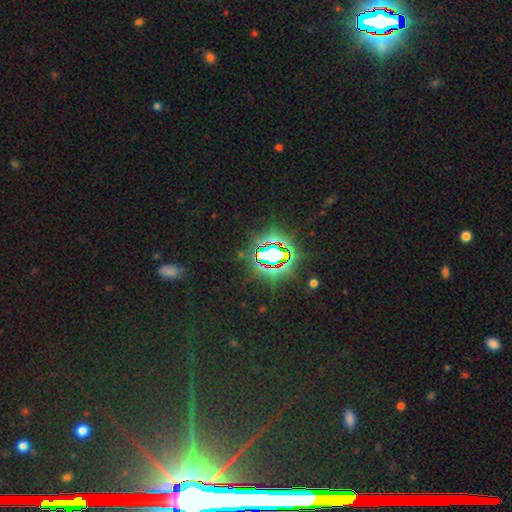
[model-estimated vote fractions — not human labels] This is clearly a star or artifact rather than a galaxy (84%).